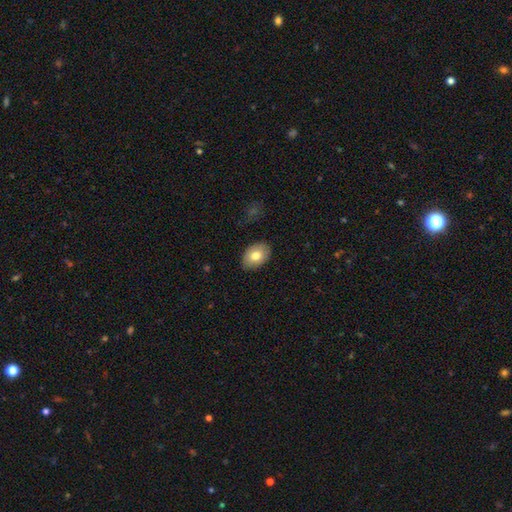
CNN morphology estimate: Smooth or featured? Predicted: smooth (p=0.75). How rounded? Predicted: in between (p=0.83). Merging? Predicted: none (p=0.85).